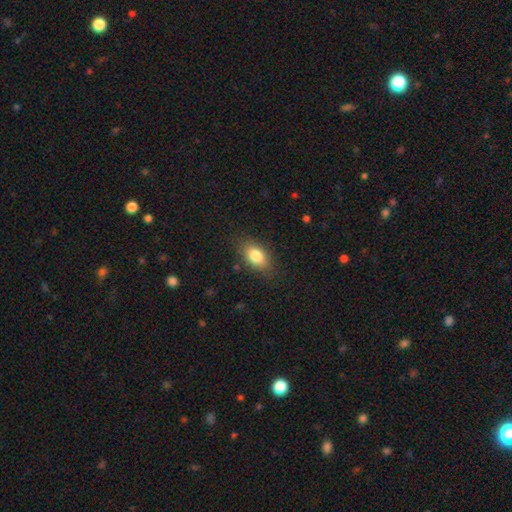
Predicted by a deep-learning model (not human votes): A smooth galaxy with no disk features (82%) that is in between round and cigar-shaped (87%). Merging: none (82%).